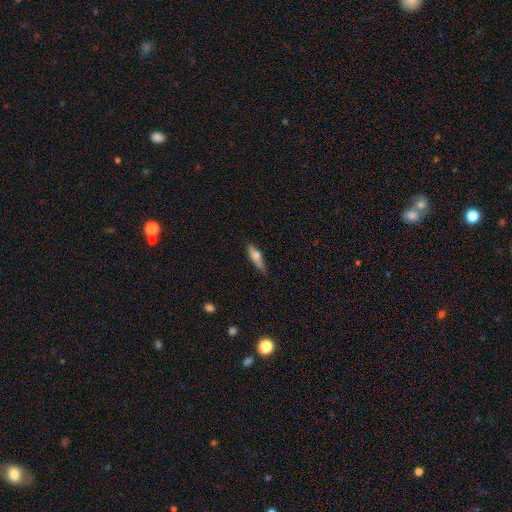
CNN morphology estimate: This appears to be a smooth galaxy with no disk features (57%) that is cigar-shaped (68%). Merging: none (68%).